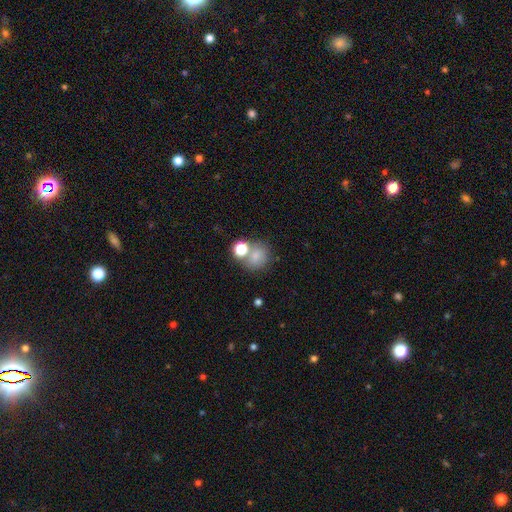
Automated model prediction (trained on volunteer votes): smooth_or_featured: smooth (p=0.76) [alt: star or artifact p=0.15]
how_rounded: round (p=0.70) [alt: in between p=0.29]
merging: none (p=0.50) [alt: merger p=0.30]